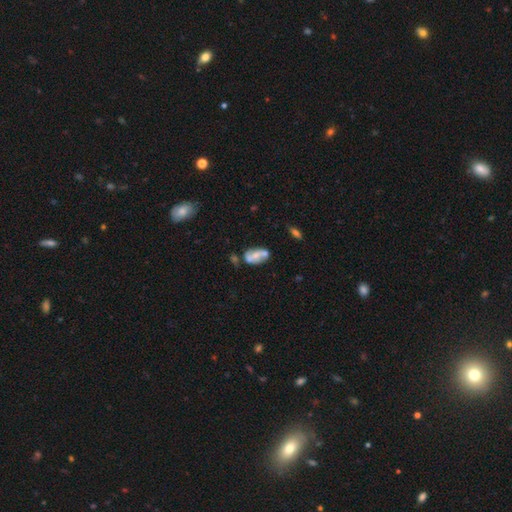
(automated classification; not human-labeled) This appears to be a featured or disk galaxy (55%) with no bar (58%), spiral arms (65%) and a small central bulge (44%). Merging: none (46%).